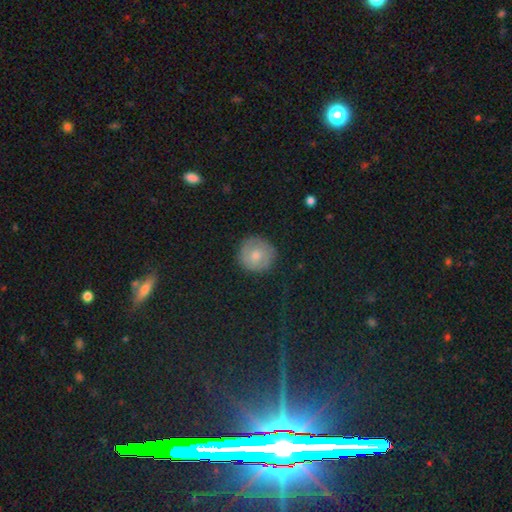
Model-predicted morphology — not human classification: This is likely a smooth galaxy (62%). How rounded: clearly round (94%). Merging: clearly none (84%).